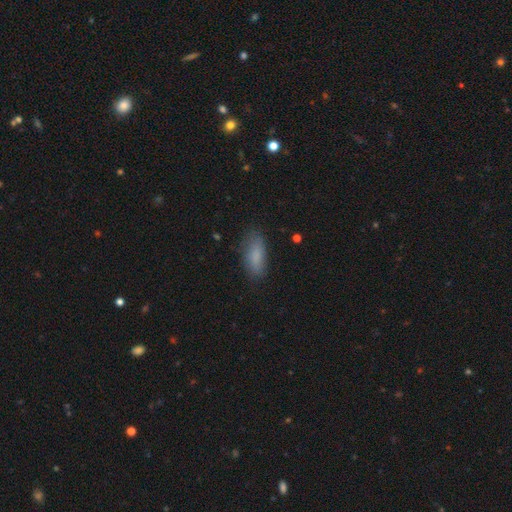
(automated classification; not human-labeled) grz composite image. It shows a smooth galaxy with no disk features (84%) that is in between round and cigar-shaped (79%). Merging: none (79%).